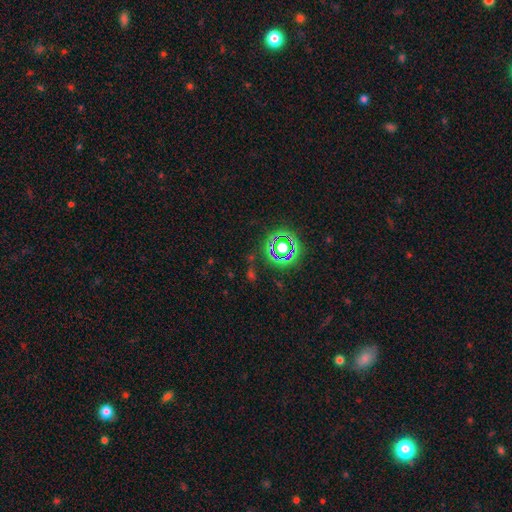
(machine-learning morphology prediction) The model was most divided on "smooth or featured": star or artifact: 73%, smooth: 17%, featured or disk: 10%.